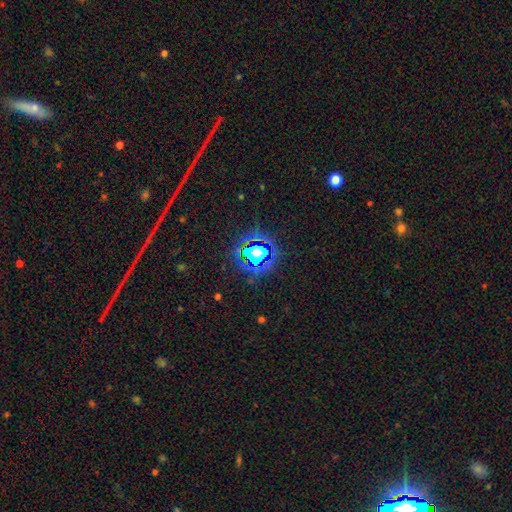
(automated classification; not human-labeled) The model was most divided on "smooth or featured": star or artifact: 81%, smooth: 11%, featured or disk: 8%.